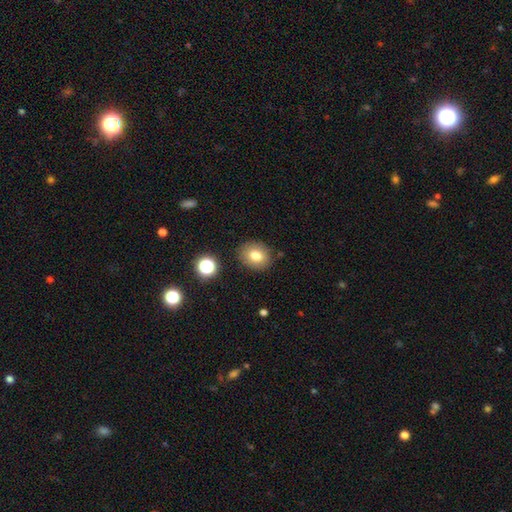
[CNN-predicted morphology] Smooth or featured: smooth — 78% (star or artifact — 11%)
How rounded: round — 58% (in between — 41%)
Merging: none — 86% (minor disturbance — 9%)